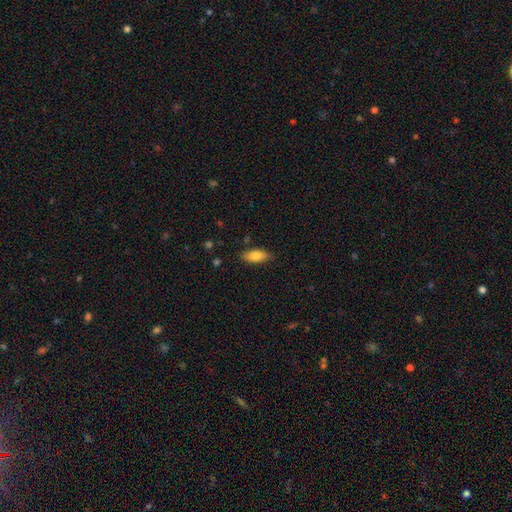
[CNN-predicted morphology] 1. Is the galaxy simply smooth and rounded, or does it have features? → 81% smooth, 12% featured or disk, 7% star or artifact.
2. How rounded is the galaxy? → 83% in between, 14% cigar-shaped, 2% round.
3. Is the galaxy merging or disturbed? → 84% none, 13% minor disturbance, 2% major disturbance, 1% merger.